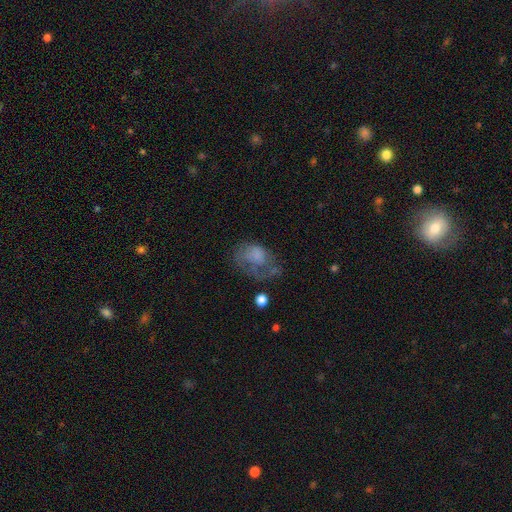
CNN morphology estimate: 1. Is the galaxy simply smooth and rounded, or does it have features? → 45% smooth, 44% featured or disk, 11% star or artifact.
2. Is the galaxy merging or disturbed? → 44% major disturbance, 28% none, 23% minor disturbance, 5% merger.